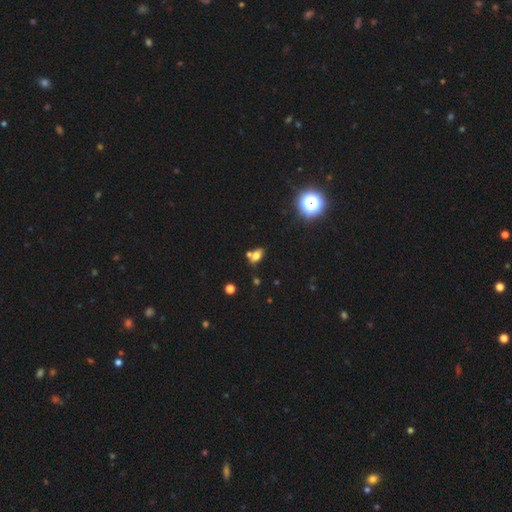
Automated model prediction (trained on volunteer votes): Morphology: type=smooth (67%); roundness=in between (81%); merging=none (54%).